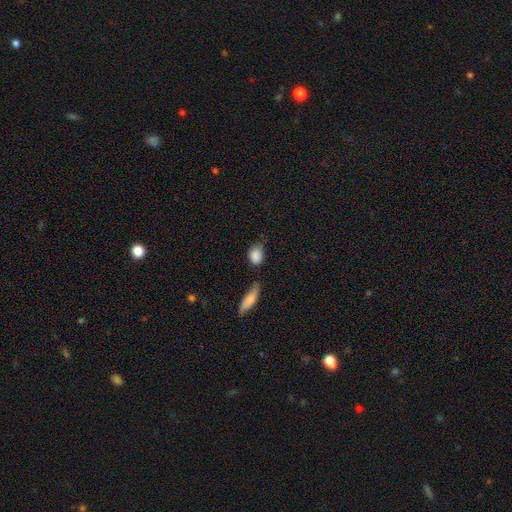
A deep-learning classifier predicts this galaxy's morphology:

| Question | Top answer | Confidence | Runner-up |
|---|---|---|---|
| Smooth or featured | smooth | 85% | star or artifact (8%) |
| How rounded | in between | 62% | round (35%) |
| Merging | none | 55% | minor disturbance (27%) |